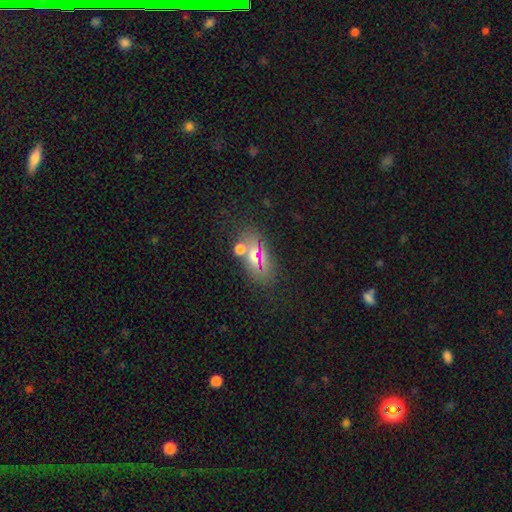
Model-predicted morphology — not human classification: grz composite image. It shows a smooth galaxy with no disk features (54%) that is in between round and cigar-shaped (79%). Merging: none (69%).